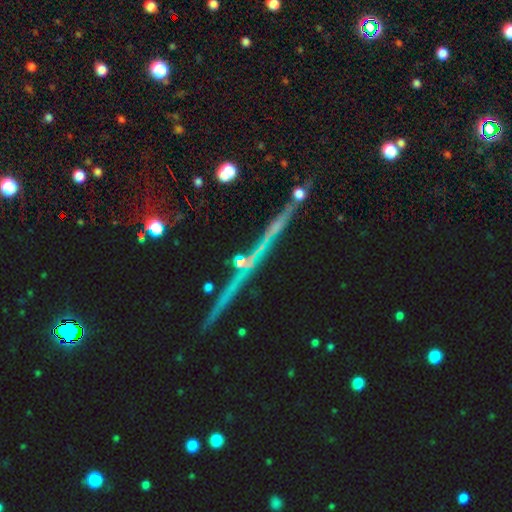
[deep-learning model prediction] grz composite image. It shows a featured or disk galaxy (59%) viewed edge-on (96%) with no central bulge (63%). Merging: none (86%).